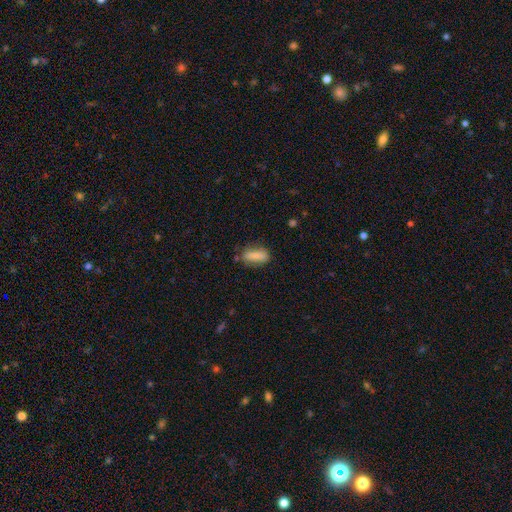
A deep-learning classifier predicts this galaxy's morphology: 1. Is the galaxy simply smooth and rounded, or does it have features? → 81% smooth, 11% featured or disk, 8% star or artifact.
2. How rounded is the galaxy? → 68% in between, 29% cigar-shaped, 3% round.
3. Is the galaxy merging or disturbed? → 70% none, 21% minor disturbance, 6% major disturbance, 4% merger.